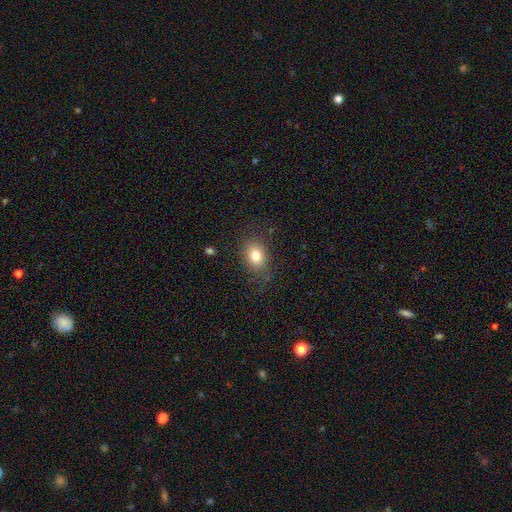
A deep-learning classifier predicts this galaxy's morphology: Q: Smooth or featured?
A: smooth (80%); runner-up: star or artifact (11%)
Q: How rounded?
A: in between (65%); runner-up: round (34%)
Q: Merging?
A: none (79%); runner-up: minor disturbance (15%)